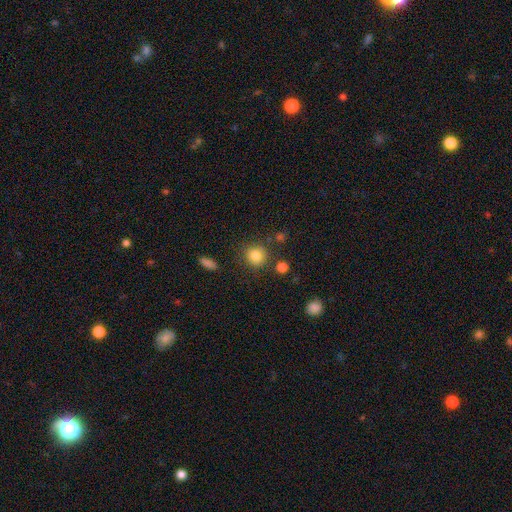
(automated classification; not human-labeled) Smooth or featured?
  - smooth: 84% *
  - star or artifact: 11%
  - featured or disk: 6%
How rounded?
  - round: 88% *
  - in between: 11%
  - cigar-shaped: 1%
Merging?
  - none: 80% *
  - minor disturbance: 10%
  - merger: 5%
  - major disturbance: 4%